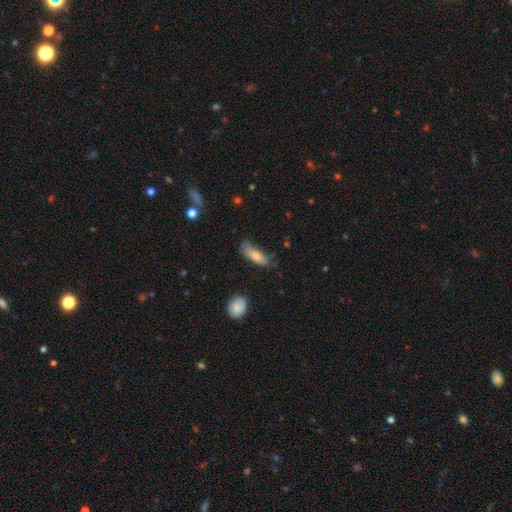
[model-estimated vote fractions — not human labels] This appears to be a smooth galaxy with no disk features (73%) that is in between round and cigar-shaped (61%). Merging: none (59%).